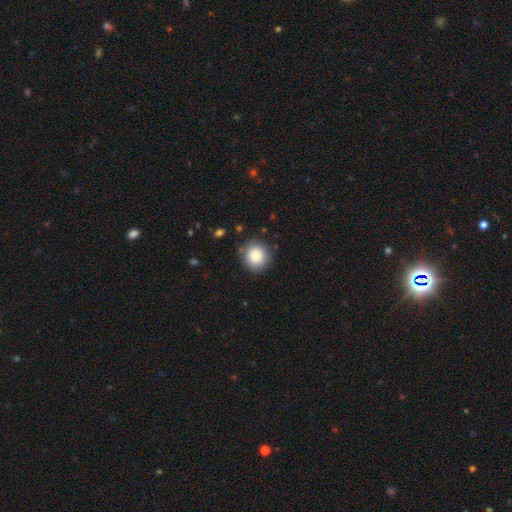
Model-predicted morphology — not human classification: Smooth or featured? Predicted: smooth (p=0.86). How rounded? Predicted: round (p=0.88). Merging? Predicted: none (p=0.86).